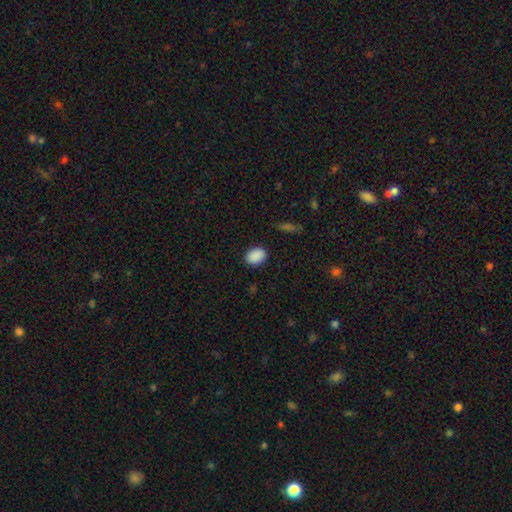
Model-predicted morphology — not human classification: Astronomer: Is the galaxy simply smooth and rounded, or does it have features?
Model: smooth — 89%.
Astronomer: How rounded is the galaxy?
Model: in between — 71%.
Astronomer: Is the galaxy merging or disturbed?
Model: none — 87%.